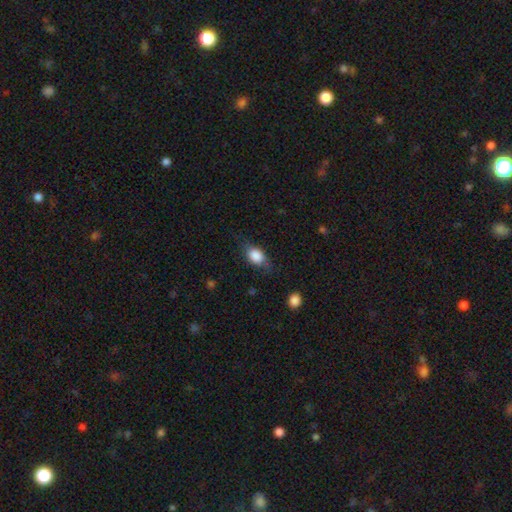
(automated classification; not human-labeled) smooth_or_featured: smooth (p=0.82) [alt: featured or disk p=0.11]
how_rounded: in between (p=0.76) [alt: round p=0.20]
merging: none (p=0.65) [alt: minor disturbance p=0.25]